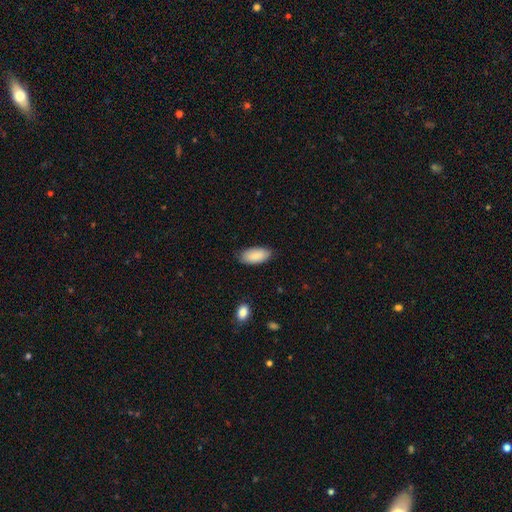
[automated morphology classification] This appears to be a smooth galaxy with no disk features (87%) that is in between round and cigar-shaped (93%). Merging: none (81%).